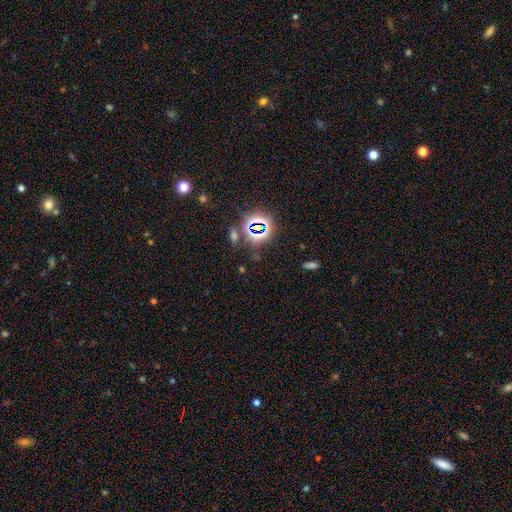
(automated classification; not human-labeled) smooth-or-featured: star or artifact: 76% | smooth: 15% | featured or disk: 9%